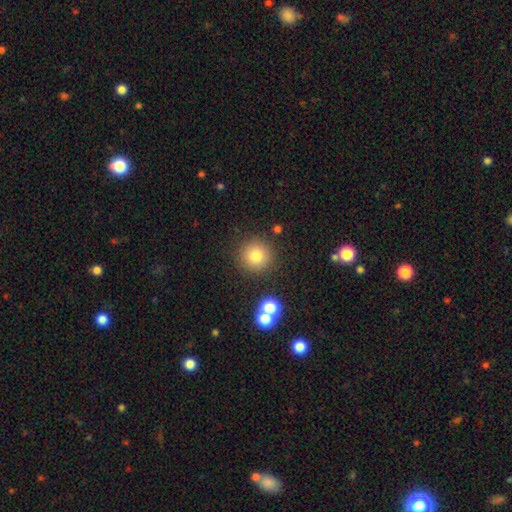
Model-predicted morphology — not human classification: smooth 78%, star or artifact 13%, featured or disk 9%. Down the decision tree: how rounded — round (95%); merging — none (84%).